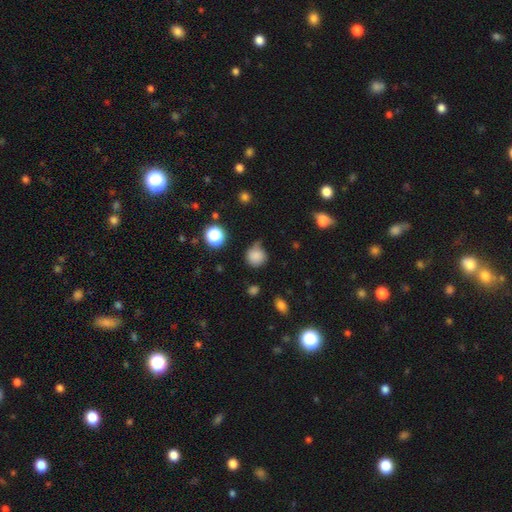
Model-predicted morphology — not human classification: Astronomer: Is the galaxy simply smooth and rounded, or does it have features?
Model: smooth — 82%.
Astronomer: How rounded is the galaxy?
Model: round — 87%.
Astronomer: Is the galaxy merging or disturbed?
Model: none — 57%.